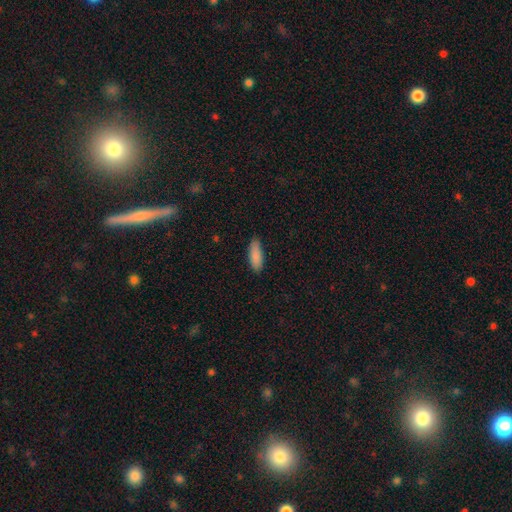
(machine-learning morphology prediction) Overall: smooth (89%). How rounded: in between (66%; cigar-shaped 32%). Merging: none (82%).